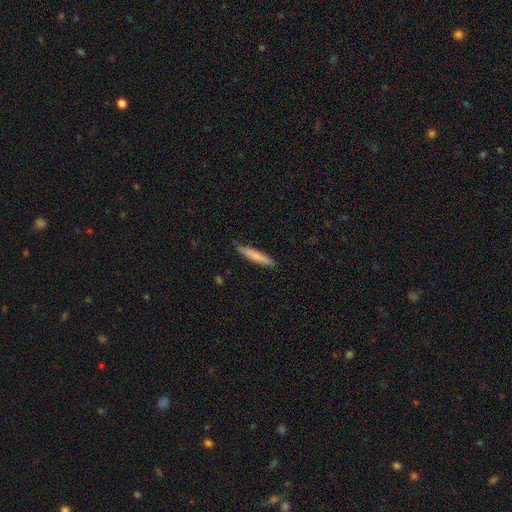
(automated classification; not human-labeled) smooth-or-featured: smooth: 77% | featured or disk: 18% | star or artifact: 6%
  how-rounded: cigar-shaped: 93% | in between: 6% | round: 1%
  merging: none: 86% | minor disturbance: 11% | major disturbance: 2% | merger: 1%